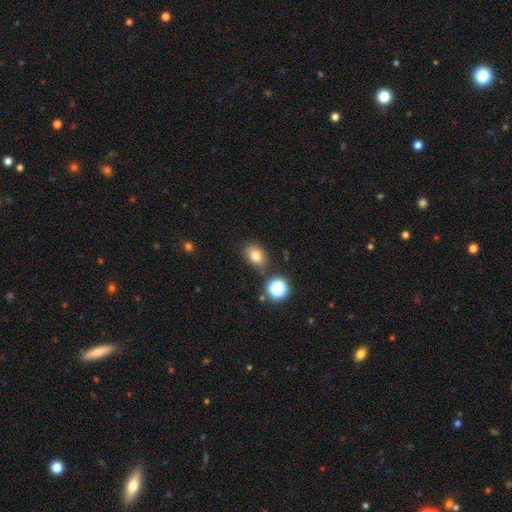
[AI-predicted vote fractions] smooth-or-featured: smooth: 77% | star or artifact: 14% | featured or disk: 9%
  how-rounded: in between: 68% | round: 30% | cigar-shaped: 1%
  merging: none: 78% | minor disturbance: 12% | merger: 6% | major disturbance: 3%